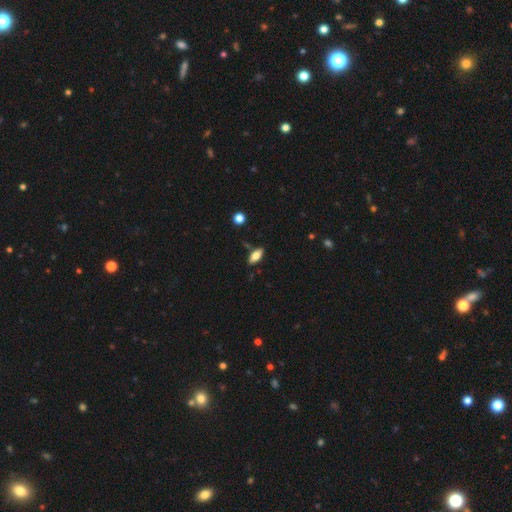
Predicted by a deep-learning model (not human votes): This is likely a smooth galaxy (73%). How rounded: likely in between (79%). Merging: clearly none (83%).